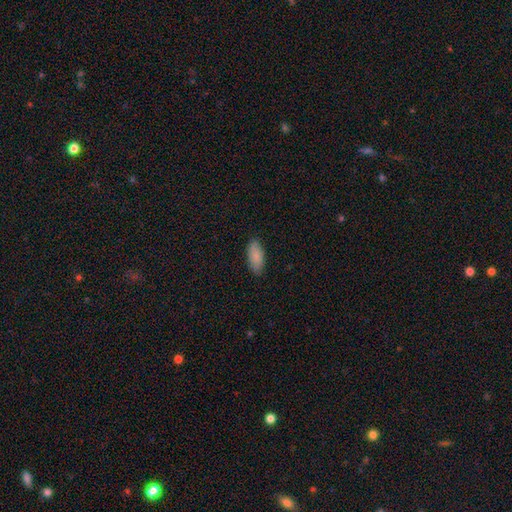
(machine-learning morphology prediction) This is clearly a smooth galaxy (87%). How rounded: clearly in between (87%). Merging: clearly none (86%).